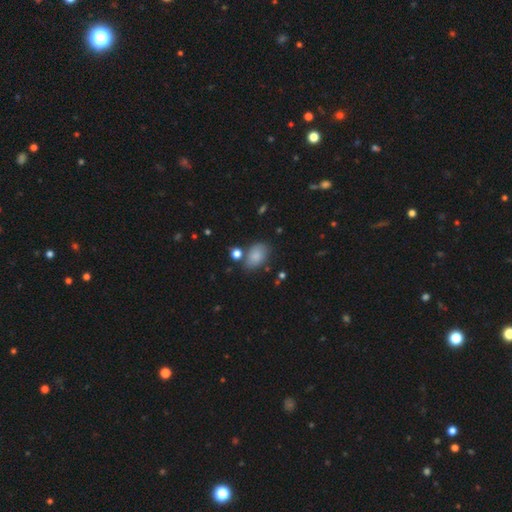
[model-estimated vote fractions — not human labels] Morphology: type=smooth (83%); roundness=in between (85%); merging=none (68%).